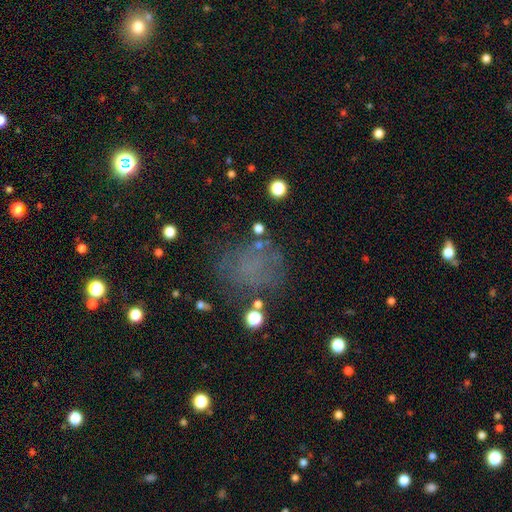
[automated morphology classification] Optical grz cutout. It shows a smooth galaxy with no disk features (50%) that is round (68%). Merging: none (62%).